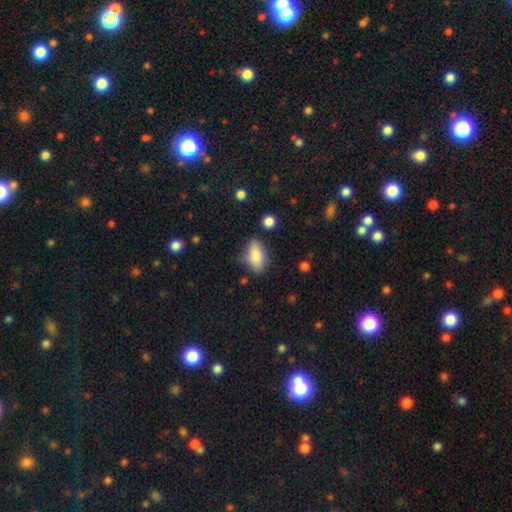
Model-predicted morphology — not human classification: This is clearly a smooth galaxy (84%). How rounded: clearly in between (88%). Merging: likely none (66%).